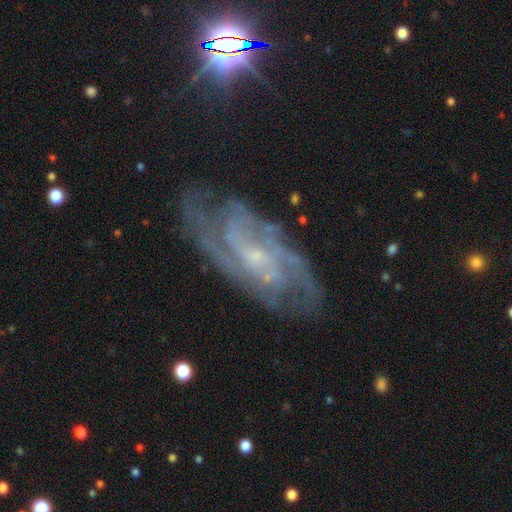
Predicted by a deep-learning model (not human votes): Q: Smooth or featured?
A: featured or disk (87%); runner-up: star or artifact (7%)
Q: Edge-on disk?
A: no (94%); runner-up: yes (6%)
Q: Bar?
A: no (54%); runner-up: weak (38%)
Q: Spiral arms?
A: yes (96%); runner-up: no (4%)
Q: Spiral winding?
A: tight (50%); runner-up: medium (40%)
Q: Spiral arm count?
A: 2 (31%); runner-up: can't tell (28%)
Q: Bulge size?
A: small (71%); runner-up: moderate (16%)
Q: Merging?
A: none (73%); runner-up: minor disturbance (17%)